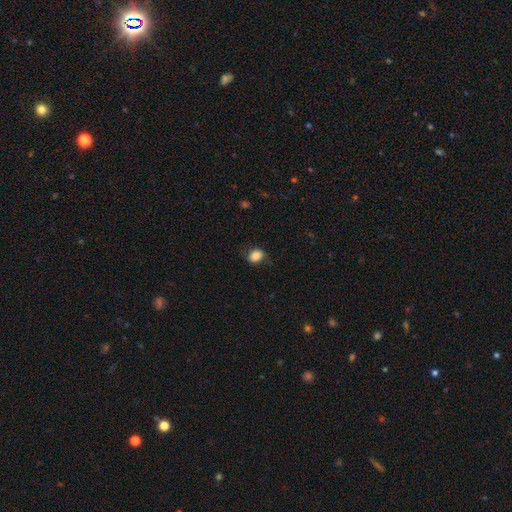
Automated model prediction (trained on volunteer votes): Q: Smooth or featured?
A: smooth (83%); runner-up: star or artifact (9%)
Q: How rounded?
A: in between (50%); runner-up: round (49%)
Q: Merging?
A: none (74%); runner-up: minor disturbance (19%)